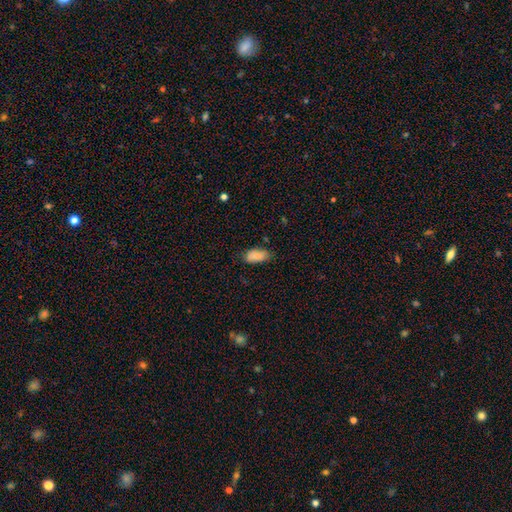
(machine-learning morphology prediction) smooth-or-featured: smooth: 87% | star or artifact: 7% | featured or disk: 6%
  how-rounded: in between: 92% | cigar-shaped: 5% | round: 3%
  merging: none: 74% | minor disturbance: 21% | major disturbance: 4% | merger: 1%